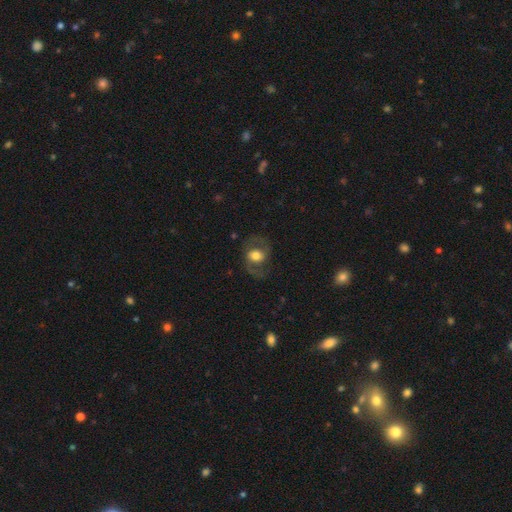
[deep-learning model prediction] Q: Smooth or featured?
A: featured or disk (56%); runner-up: smooth (36%)
Q: Edge-on disk?
A: no (95%); runner-up: yes (5%)
Q: Bar?
A: no (62%); runner-up: weak (28%)
Q: Spiral arms?
A: yes (68%); runner-up: no (32%)
Q: Bulge size?
A: moderate (50%); runner-up: large (37%)
Q: Merging?
A: none (71%); runner-up: minor disturbance (15%)